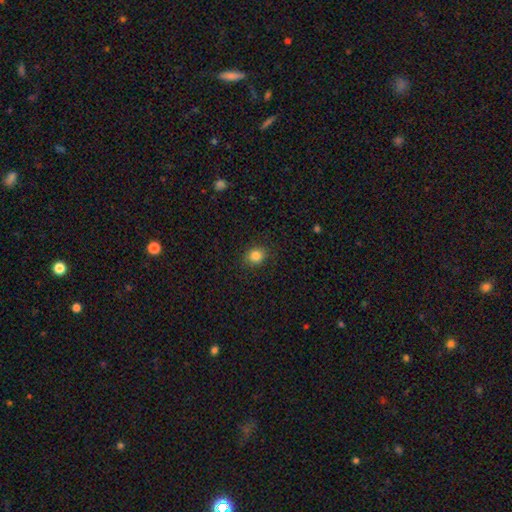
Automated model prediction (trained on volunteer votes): This appears to be a smooth galaxy with no disk features (83%) that is round (70%). Merging: none (88%).